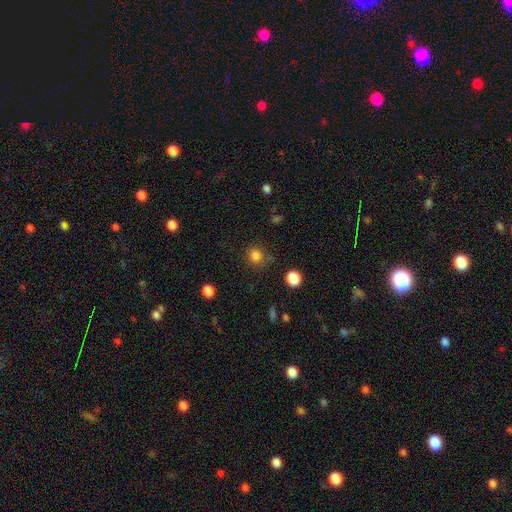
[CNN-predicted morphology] type=smooth (82%); roundness=round (84%); merging=none (75%).